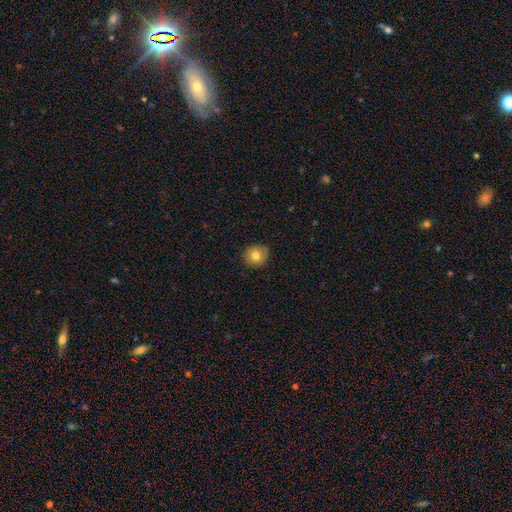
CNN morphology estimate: Smooth or featured: smooth — 78% (featured or disk — 12%)
How rounded: round — 85% (in between — 15%)
Merging: none — 88% (minor disturbance — 9%)